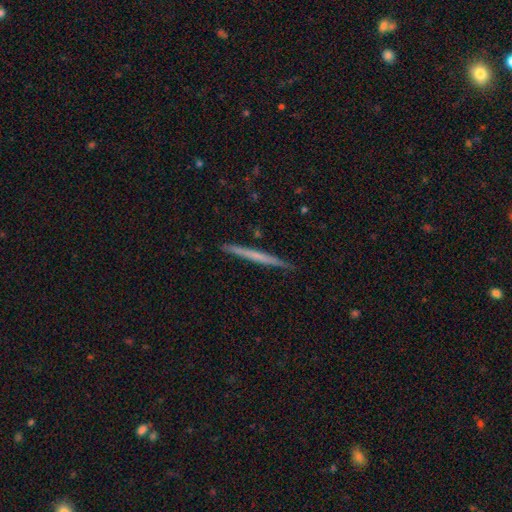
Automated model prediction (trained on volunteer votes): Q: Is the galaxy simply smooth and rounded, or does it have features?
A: featured or disk — 48%.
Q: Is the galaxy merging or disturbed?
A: none — 91%.